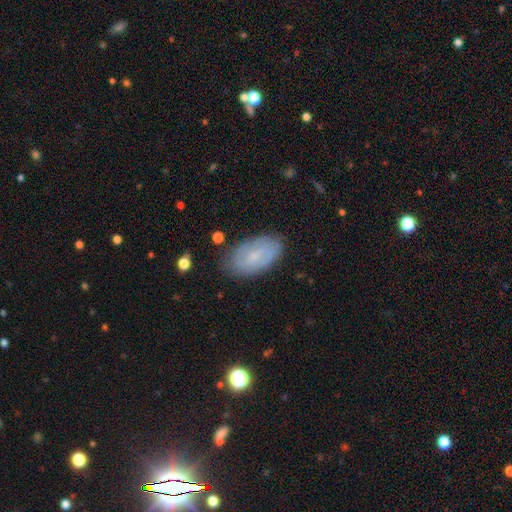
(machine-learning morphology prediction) smooth_or_featured: featured or disk (p=0.50) [alt: smooth p=0.42]
merging: none (p=0.78) [alt: minor disturbance p=0.17]